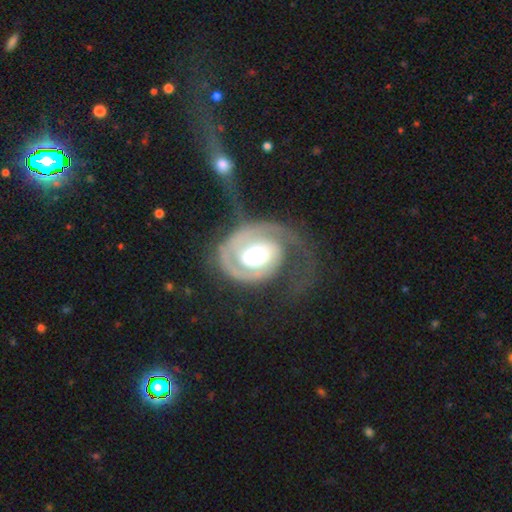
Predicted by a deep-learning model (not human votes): Smooth or featured: featured or disk — 83% (smooth — 12%)
Edge-on disk: no — 98% (yes — 2%)
Bar: no — 75% (weak — 18%)
Spiral arms: yes — 89% (no — 11%)
Spiral winding: tight — 47% (medium — 33%)
Spiral arm count: 1 — 51% (2 — 31%)
Bulge size: moderate — 48% (large — 38%)
Merging: none — 41% (tied with major disturbance — 41%)